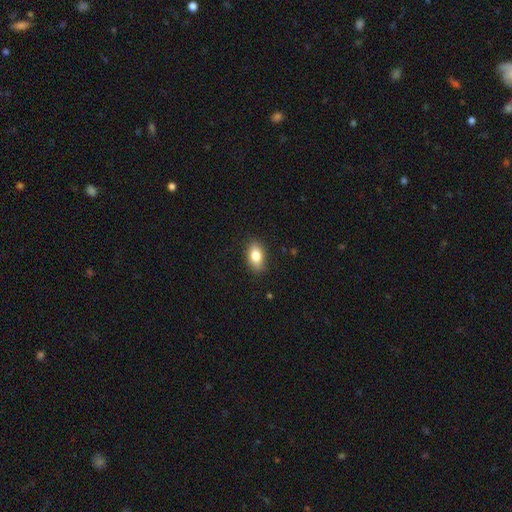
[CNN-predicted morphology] smooth_or_featured: smooth (p=0.81) [alt: featured or disk p=0.11]
how_rounded: in between (p=0.87) [alt: round p=0.09]
merging: none (p=0.86) [alt: minor disturbance p=0.11]